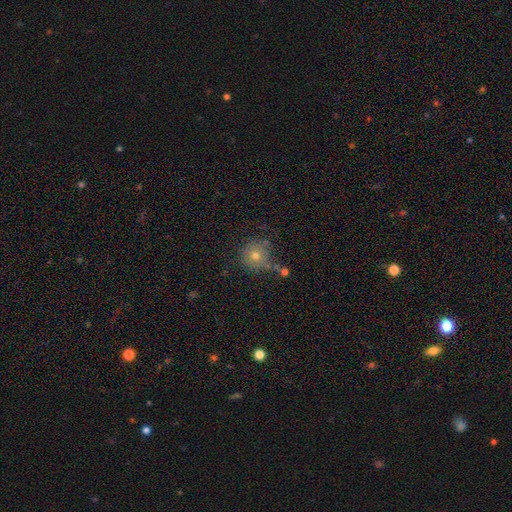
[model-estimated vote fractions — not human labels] Q: Smooth or featured?
A: smooth (66%); runner-up: star or artifact (18%)
Q: How rounded?
A: round (92%); runner-up: in between (7%)
Q: Merging?
A: none (68%); runner-up: minor disturbance (16%)